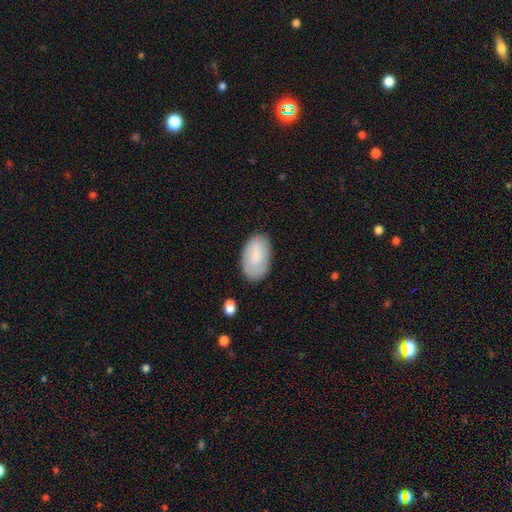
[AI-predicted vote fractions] The model was most divided on "merging": none: 82%, minor disturbance: 14%, major disturbance: 3%, merger: 2%. More confident: how rounded — in between (95%); smooth or featured — smooth (84%).